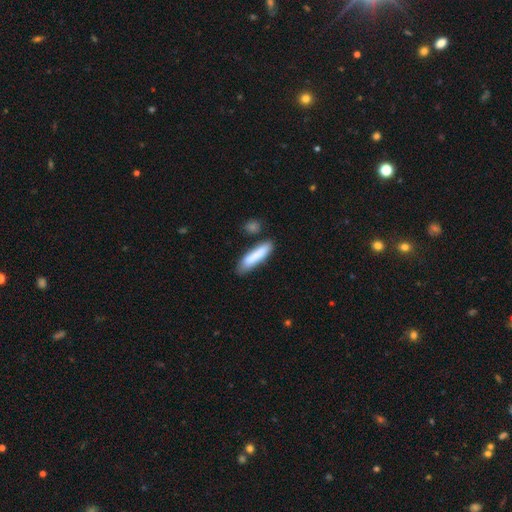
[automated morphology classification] type=smooth (82%); roundness=cigar-shaped (77%); merging=none (69%).